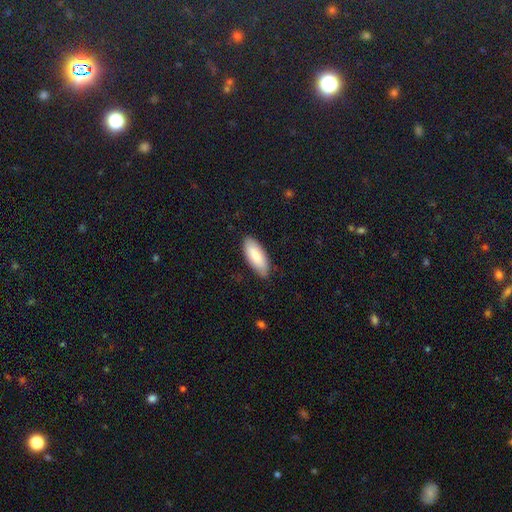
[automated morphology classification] type=smooth (81%); roundness=in between (79%); merging=none (84%).